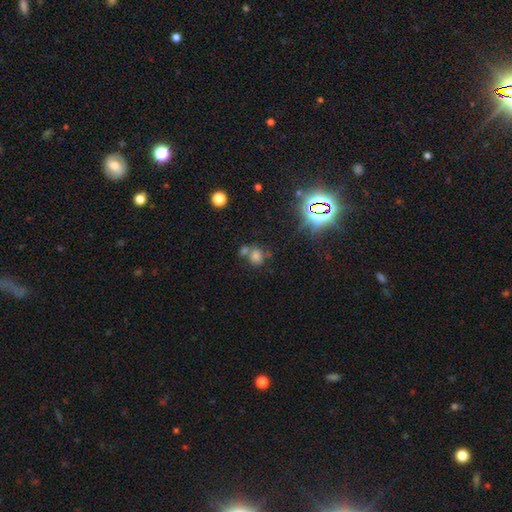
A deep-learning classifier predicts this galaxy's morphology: smooth 65%, star or artifact 24%, featured or disk 10%. Down the decision tree: how rounded — round (64%); merging — none (44%).